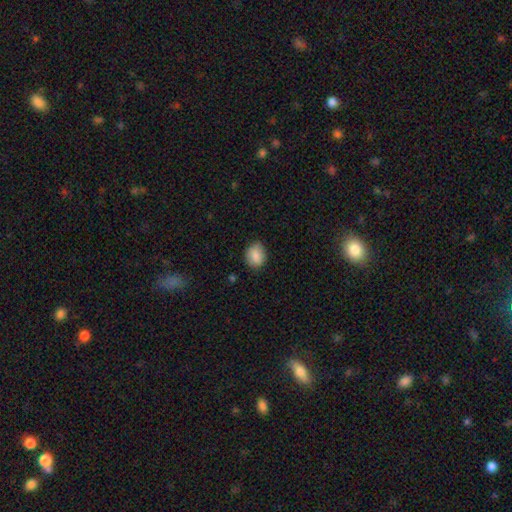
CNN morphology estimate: smooth 86%, star or artifact 8%, featured or disk 7%. Down the decision tree: how rounded — in between (50%); merging — none (79%).